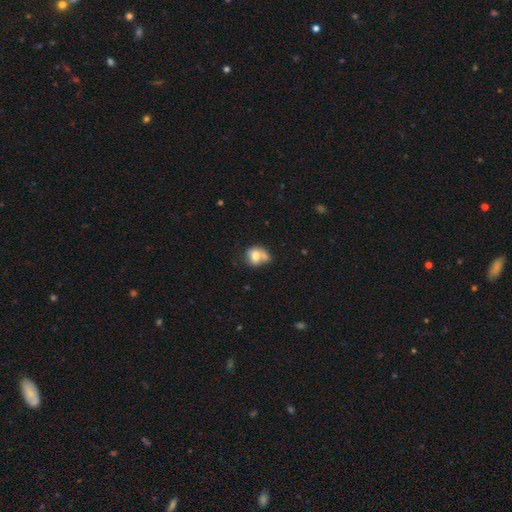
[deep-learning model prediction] A smooth galaxy with no disk features (70%) that is round (58%). Merging: merger (43%).